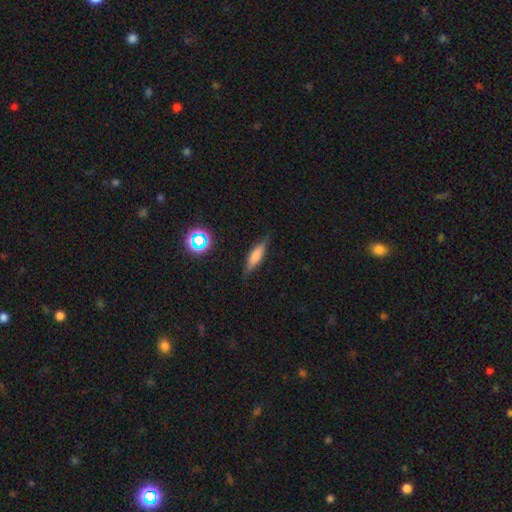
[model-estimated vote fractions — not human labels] smooth 59%, featured or disk 30%, star or artifact 10%. Down the decision tree: how rounded — cigar-shaped (63%); merging — none (80%).